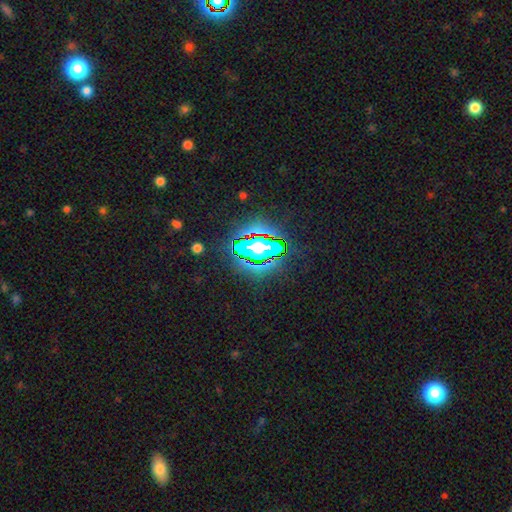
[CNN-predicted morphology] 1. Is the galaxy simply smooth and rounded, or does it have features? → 63% star or artifact, 23% smooth, 14% featured or disk.